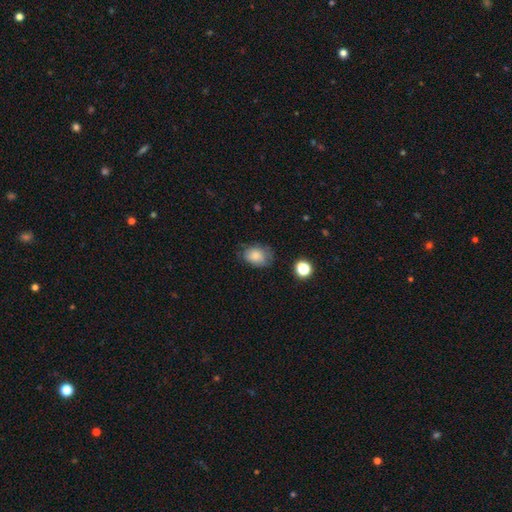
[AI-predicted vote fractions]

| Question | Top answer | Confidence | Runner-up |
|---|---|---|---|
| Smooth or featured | smooth | 82% | star or artifact (9%) |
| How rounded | in between | 68% | round (31%) |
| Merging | none | 62% | minor disturbance (28%) |